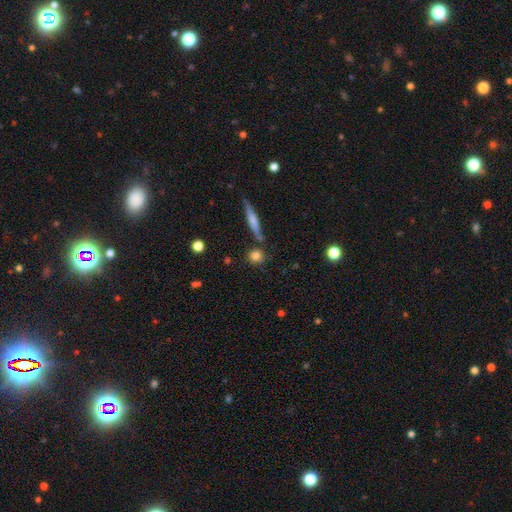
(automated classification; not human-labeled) This is clearly a smooth galaxy (80%). How rounded: likely round (79%). Merging: likely none (76%).